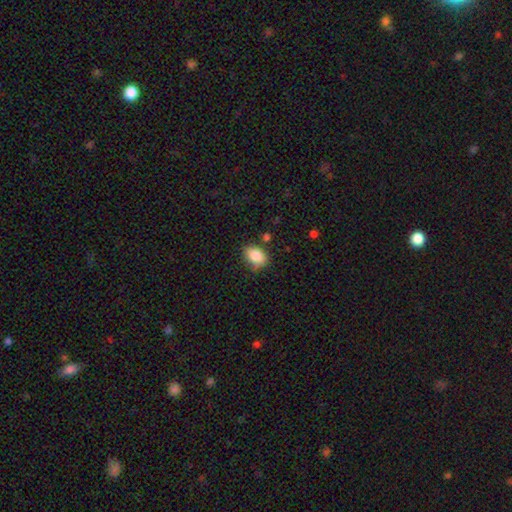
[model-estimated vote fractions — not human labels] Morphology: type=smooth (84%); roundness=in between (78%); merging=none (70%).